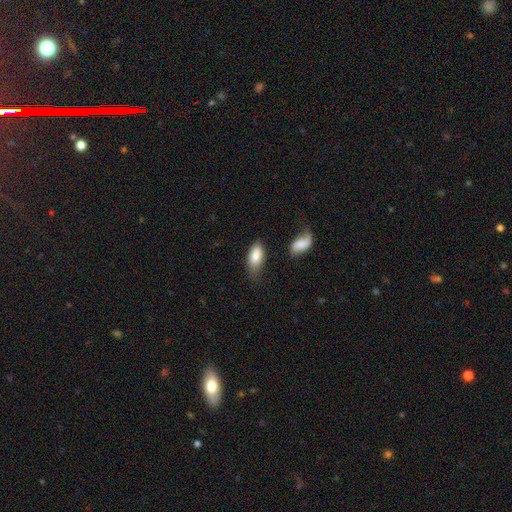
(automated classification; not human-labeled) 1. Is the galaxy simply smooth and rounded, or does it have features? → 84% smooth, 10% featured or disk, 6% star or artifact.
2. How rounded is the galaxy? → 90% in between, 8% cigar-shaped, 3% round.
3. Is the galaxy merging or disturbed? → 58% none, 27% minor disturbance, 8% major disturbance, 7% merger.